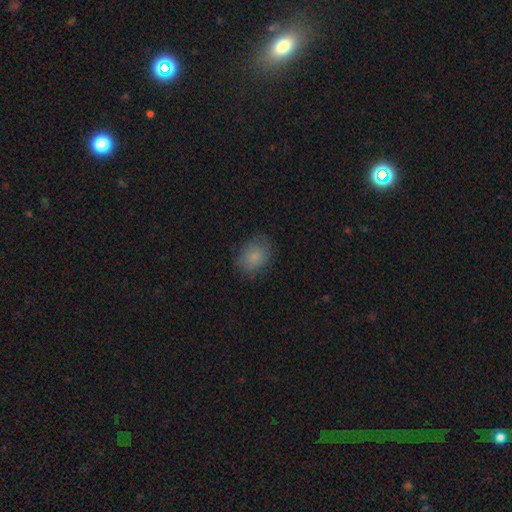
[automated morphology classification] The model was most divided on "how rounded": in between: 57%, round: 42%, cigar-shaped: 1%. More confident: smooth or featured — smooth (85%); merging — none (80%).